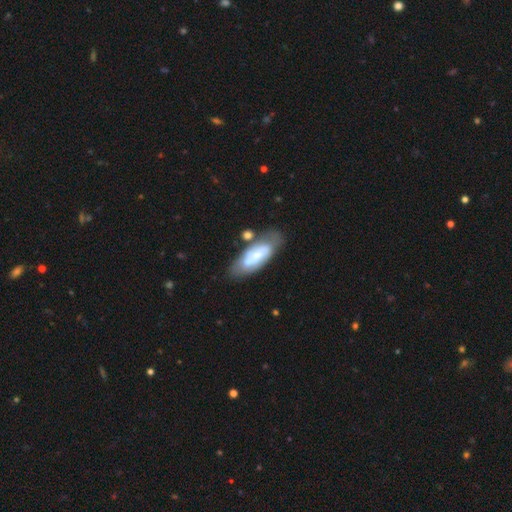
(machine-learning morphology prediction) The model was most divided on "smooth or featured": featured or disk: 50%, smooth: 44%, star or artifact: 6%. More confident: merging — none (59%).